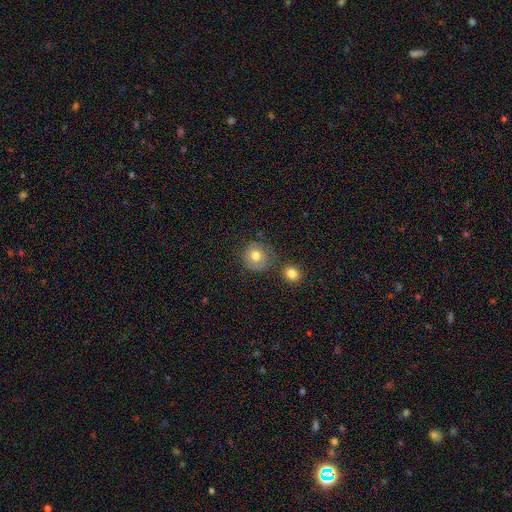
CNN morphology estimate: A smooth galaxy with no disk features (69%) that is round (89%). Merging: none (69%).